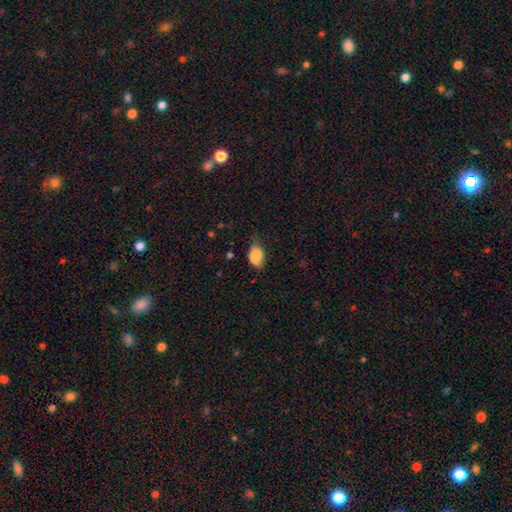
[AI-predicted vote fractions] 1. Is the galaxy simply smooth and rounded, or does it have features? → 70% smooth, 20% featured or disk, 9% star or artifact.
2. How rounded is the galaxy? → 82% in between, 16% round, 2% cigar-shaped.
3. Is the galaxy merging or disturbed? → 34% none, 33% merger, 24% minor disturbance, 10% major disturbance.